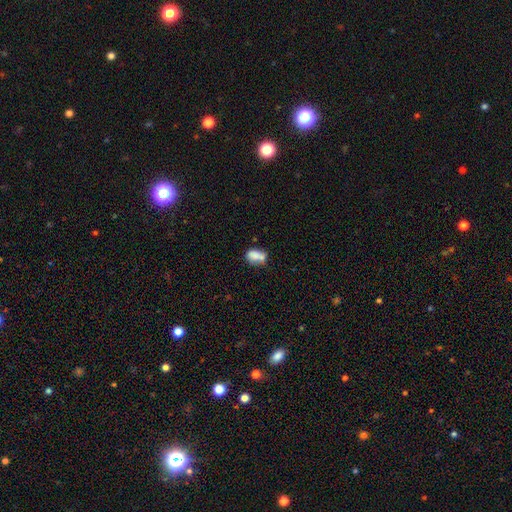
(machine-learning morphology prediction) Smooth or featured: smooth — 76% (featured or disk — 14%)
How rounded: in between — 81% (round — 16%)
Merging: none — 39% (merger — 33%)